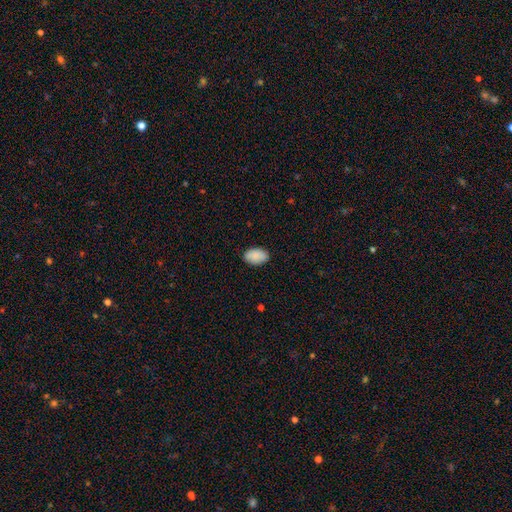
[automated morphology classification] type=smooth (88%); roundness=in between (90%); merging=none (83%).